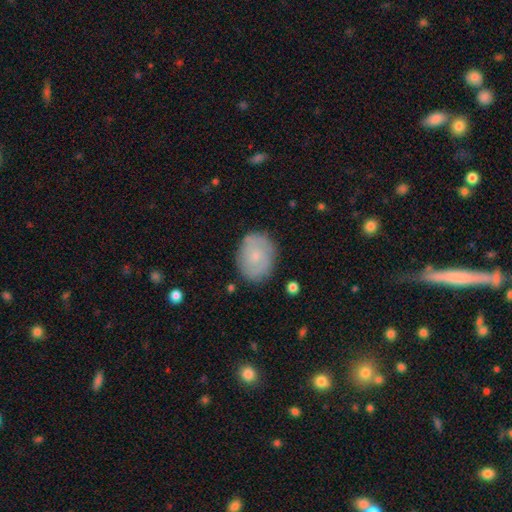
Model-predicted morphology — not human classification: A smooth galaxy with no disk features (56%) that is in between round and cigar-shaped (57%). Merging: none (83%).